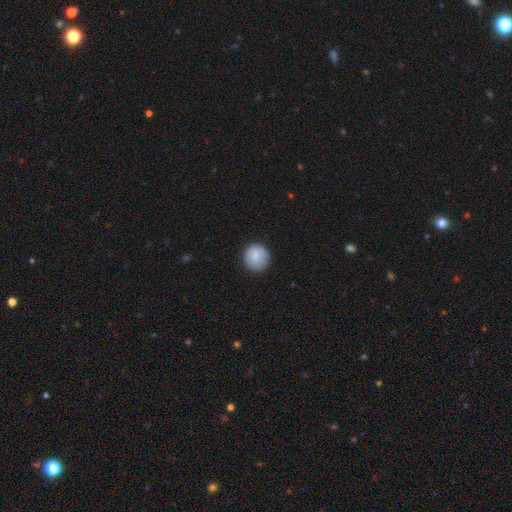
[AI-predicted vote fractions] This is clearly a smooth galaxy (84%). How rounded: clearly round (93%). Merging: clearly none (87%).